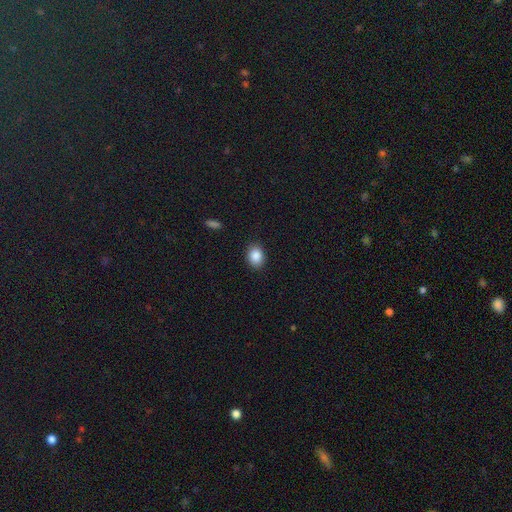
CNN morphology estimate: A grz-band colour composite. It shows a smooth galaxy with no disk features (88%) that is in between round and cigar-shaped (60%). Merging: none (87%).